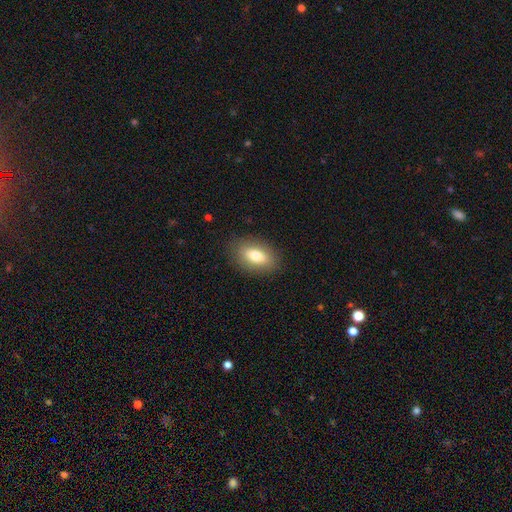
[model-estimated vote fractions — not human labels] Smooth or featured?
  - smooth: 76% *
  - featured or disk: 16%
  - star or artifact: 8%
How rounded?
  - in between: 88% *
  - round: 9%
  - cigar-shaped: 3%
Merging?
  - none: 86% *
  - minor disturbance: 10%
  - major disturbance: 3%
  - merger: 1%